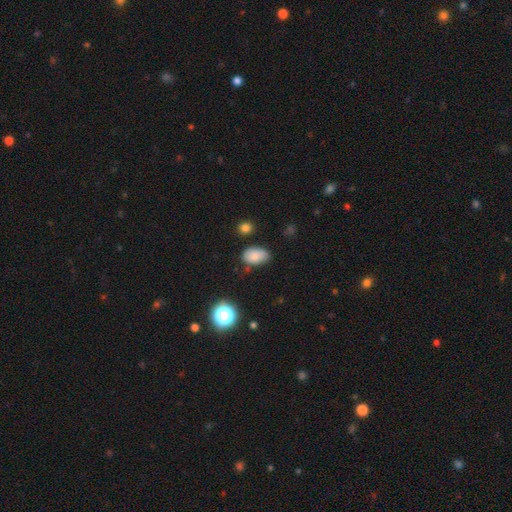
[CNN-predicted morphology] This is likely a smooth galaxy (80%). How rounded: clearly in between (90%). Merging: likely none (67%).